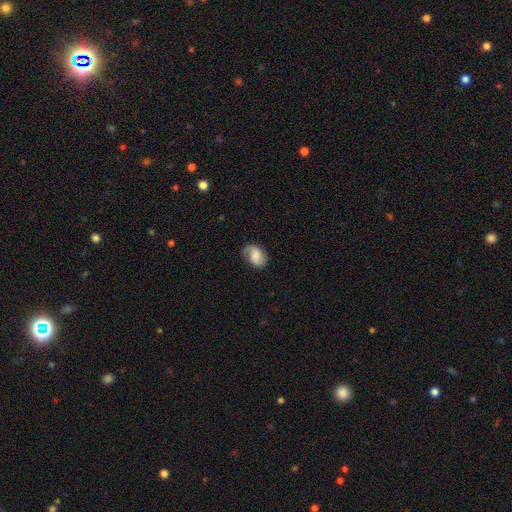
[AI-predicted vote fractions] Overall: featured or disk (60%; smooth 32%). Edge-on disk: no (97%). Bar: no (51%; weak 41%). Spiral arms: yes (94%). Spiral arm count: 2 (64%; 1 29%). Spiral winding: medium (41%; loose 38%). Bulge size: moderate (34%; small 27%). Merging: none (68%).